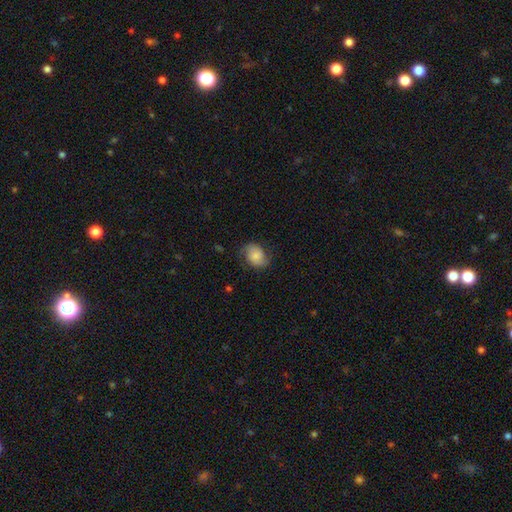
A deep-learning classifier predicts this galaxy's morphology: A smooth galaxy with no disk features (57%) that is in between round and cigar-shaped (62%).

Vote fractions:
- Smooth or featured? smooth: 57% / featured or disk: 34% / star or artifact: 8%
- How rounded? in between: 62% / round: 37% / cigar-shaped: 1%
- Merging? none: 68% / minor disturbance: 22% / major disturbance: 8% / merger: 1%